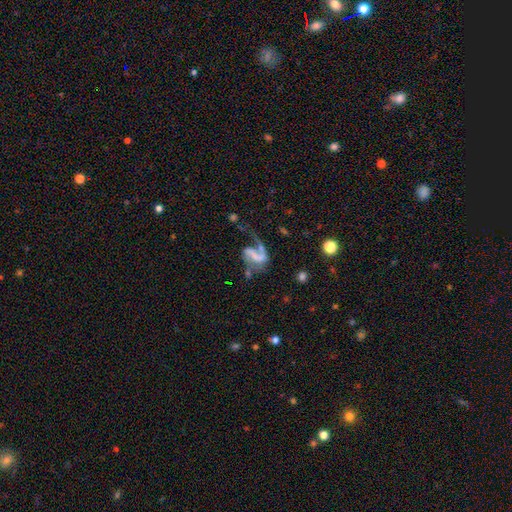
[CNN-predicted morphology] A featured or disk galaxy (78%) with a weak bar (35%, tied with strong), 2 (57%) loose (62%) spiral arms (88%) and no central bulge (57%). Merging: major disturbance (42%).